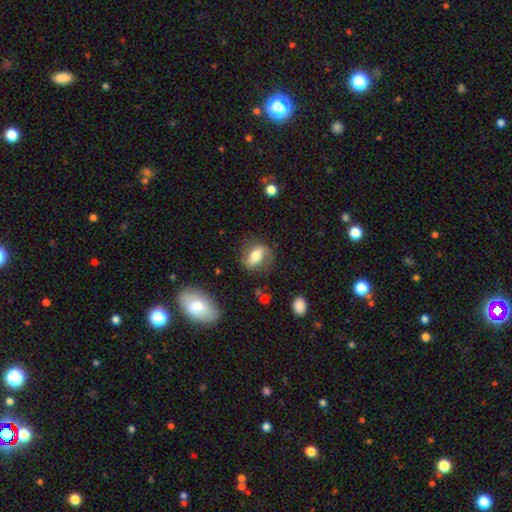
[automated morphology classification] Overall: smooth (52%; featured or disk 40%). How rounded: in between (70%). Merging: none (72%).